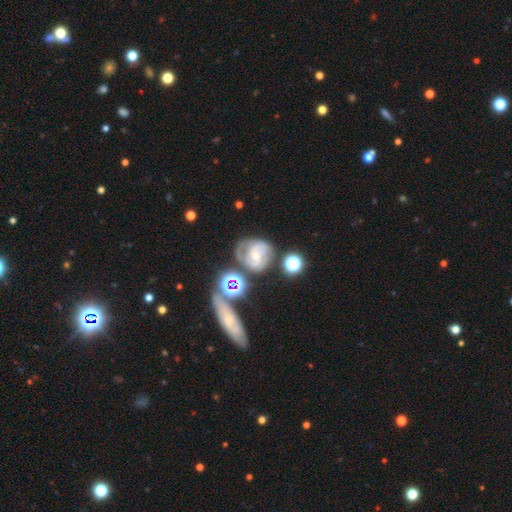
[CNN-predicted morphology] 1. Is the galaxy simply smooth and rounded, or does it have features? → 80% featured or disk, 11% smooth, 9% star or artifact.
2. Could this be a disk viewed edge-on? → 97% no, 3% yes.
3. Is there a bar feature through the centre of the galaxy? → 57% no, 33% weak, 10% strong.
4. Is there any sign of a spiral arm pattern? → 95% yes, 5% no.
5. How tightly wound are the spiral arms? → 51% tight, 40% medium, 10% loose.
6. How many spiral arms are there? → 46% 2, 24% 3, 18% can't tell, 4% 1, 4% 4, 3% more than 4.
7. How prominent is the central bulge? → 62% small, 33% moderate, 2% none, 2% large, 1% dominant.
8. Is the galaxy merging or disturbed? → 55% none, 21% minor disturbance, 13% major disturbance, 10% merger.